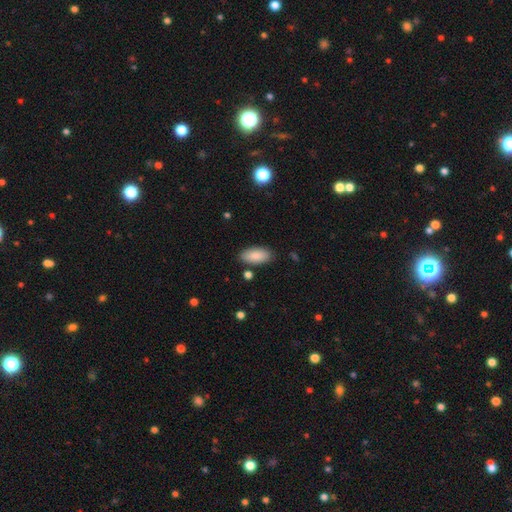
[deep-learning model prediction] smooth 87%, featured or disk 7%, star or artifact 6%. Down the decision tree: how rounded — in between (92%); merging — none (85%).